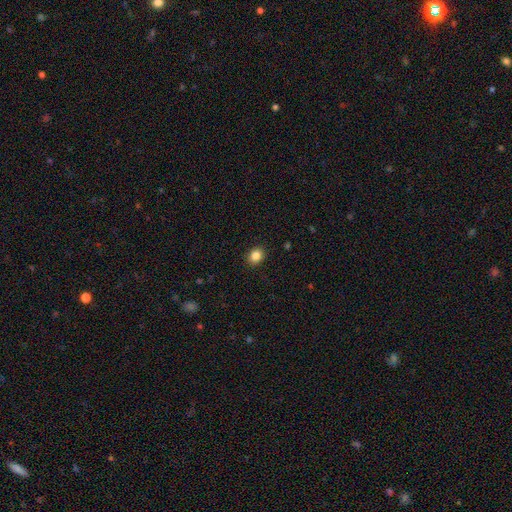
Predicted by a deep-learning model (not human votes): Smooth or featured? Predicted: smooth (p=0.85). How rounded? Predicted: round (p=0.55). Merging? Predicted: none (p=0.91).